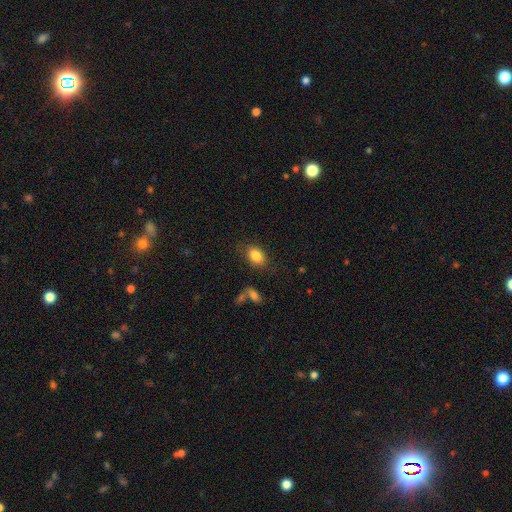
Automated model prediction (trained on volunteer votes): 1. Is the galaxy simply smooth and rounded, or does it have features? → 83% smooth, 8% star or artifact, 8% featured or disk.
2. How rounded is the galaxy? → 83% in between, 15% round, 2% cigar-shaped.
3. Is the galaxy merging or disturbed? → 79% none, 14% minor disturbance, 4% major disturbance, 3% merger.